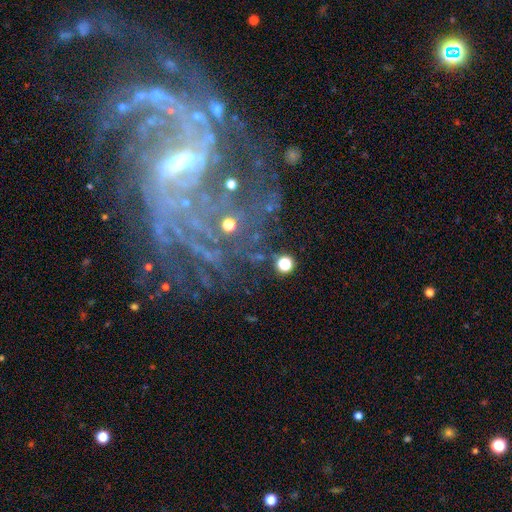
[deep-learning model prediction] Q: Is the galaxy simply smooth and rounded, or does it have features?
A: featured or disk — 73%.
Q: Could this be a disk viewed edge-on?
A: no — 95%.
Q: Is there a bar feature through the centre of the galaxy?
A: no — 36%.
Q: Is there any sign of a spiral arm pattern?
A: yes — 81%.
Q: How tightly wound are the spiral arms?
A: tight — 49%.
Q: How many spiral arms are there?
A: can't tell — 38%.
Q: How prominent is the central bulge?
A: small — 53%.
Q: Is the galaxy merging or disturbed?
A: none — 53%.